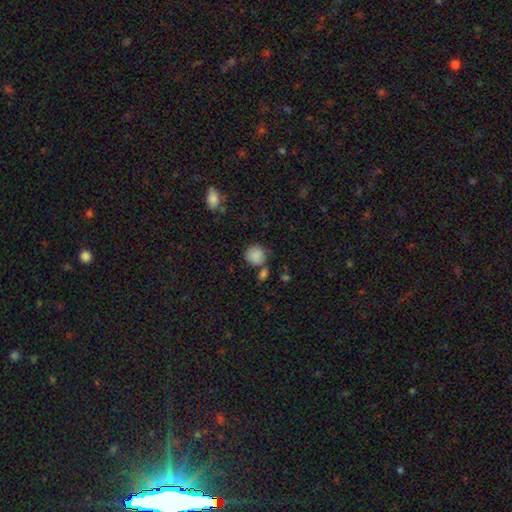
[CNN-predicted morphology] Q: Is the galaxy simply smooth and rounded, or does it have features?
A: smooth — 86%.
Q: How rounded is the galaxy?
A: round — 84%.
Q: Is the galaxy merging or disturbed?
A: none — 65%.